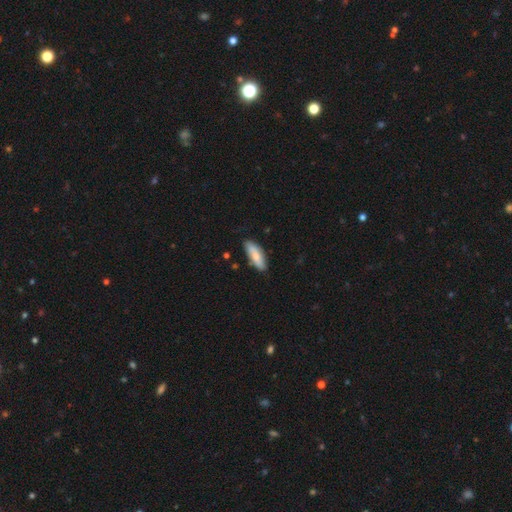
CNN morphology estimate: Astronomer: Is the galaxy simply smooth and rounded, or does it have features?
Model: smooth — 75%.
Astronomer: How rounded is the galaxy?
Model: in between — 61% (runner-up: cigar-shaped, 37%).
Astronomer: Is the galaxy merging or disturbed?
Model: none — 80%.